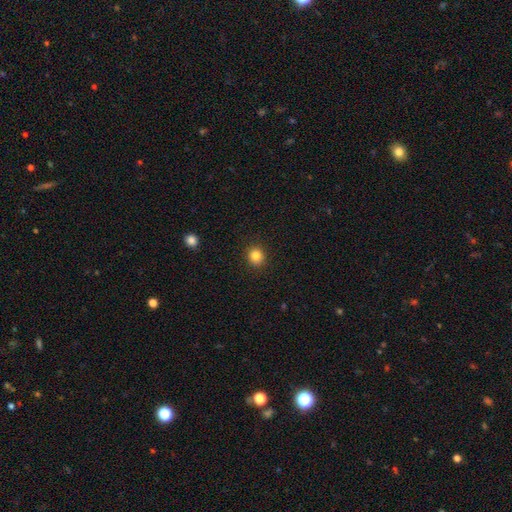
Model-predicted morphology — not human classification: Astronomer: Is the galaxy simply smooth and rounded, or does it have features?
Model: smooth — 84%.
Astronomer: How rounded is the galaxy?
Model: round — 86%.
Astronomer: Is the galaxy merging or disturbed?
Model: none — 91%.